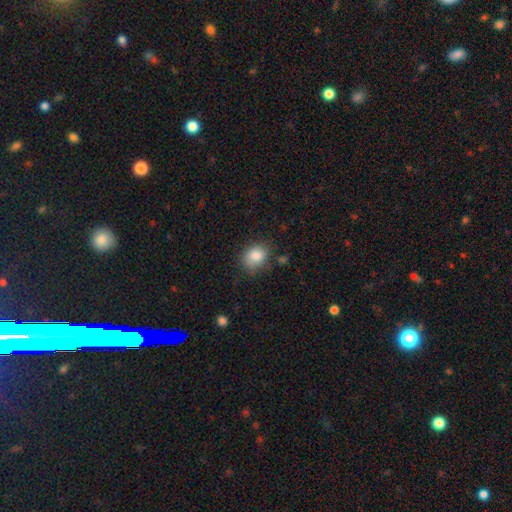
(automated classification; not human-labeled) smooth 85%, star or artifact 9%, featured or disk 6%. Down the decision tree: how rounded — round (51%); merging — none (73%).